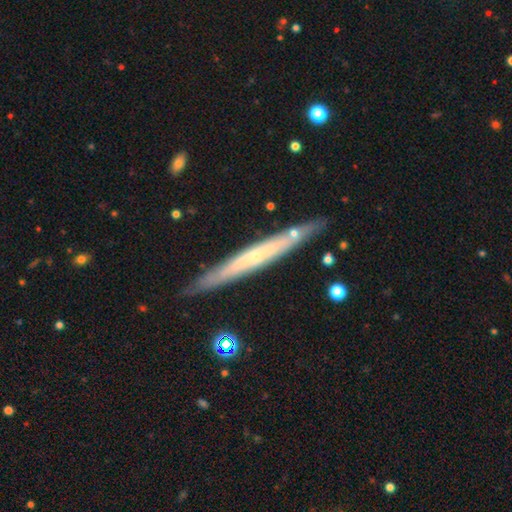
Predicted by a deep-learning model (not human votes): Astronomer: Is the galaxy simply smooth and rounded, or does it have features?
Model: featured or disk — 65%.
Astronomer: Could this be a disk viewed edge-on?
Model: yes — 91%.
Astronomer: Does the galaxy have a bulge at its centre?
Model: none — 66%.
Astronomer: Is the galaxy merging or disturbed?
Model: none — 86%.